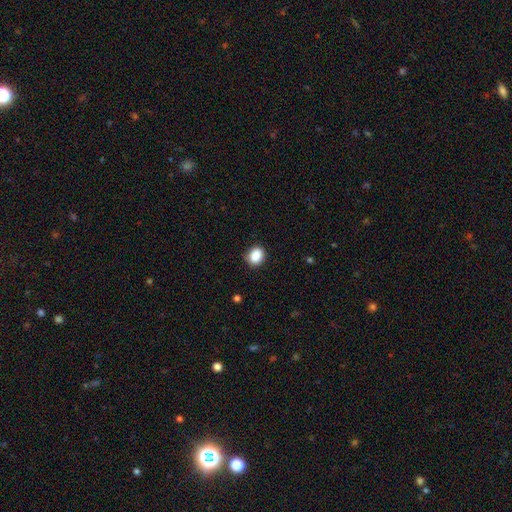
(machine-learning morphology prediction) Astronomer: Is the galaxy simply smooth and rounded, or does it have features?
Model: smooth — 87%.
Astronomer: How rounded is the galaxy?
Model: round — 56% (runner-up: in between, 43%).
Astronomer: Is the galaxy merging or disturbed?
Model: none — 85%.